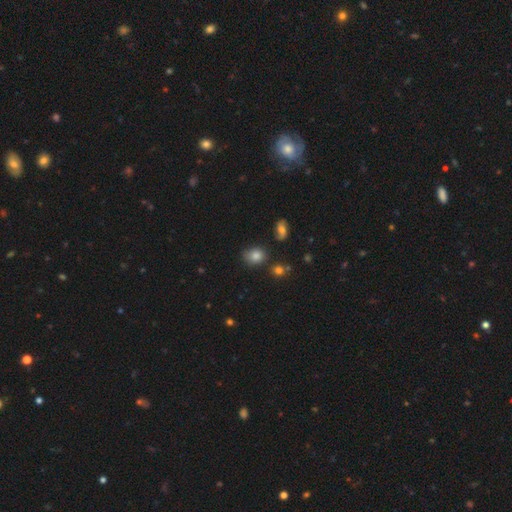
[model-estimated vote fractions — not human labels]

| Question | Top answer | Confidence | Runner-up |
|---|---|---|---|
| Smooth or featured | smooth | 82% | star or artifact (11%) |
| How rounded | in between | 51% | round (48%) |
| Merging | none | 69% | minor disturbance (21%) |